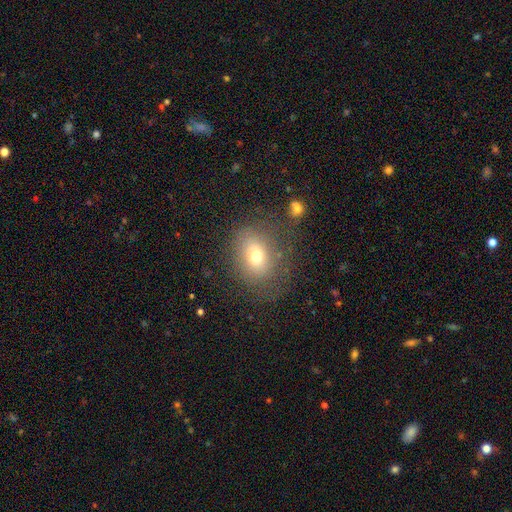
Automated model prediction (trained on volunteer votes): This appears to be a smooth galaxy with no disk features (71%) that is in between round and cigar-shaped (52%). Merging: none (70%).